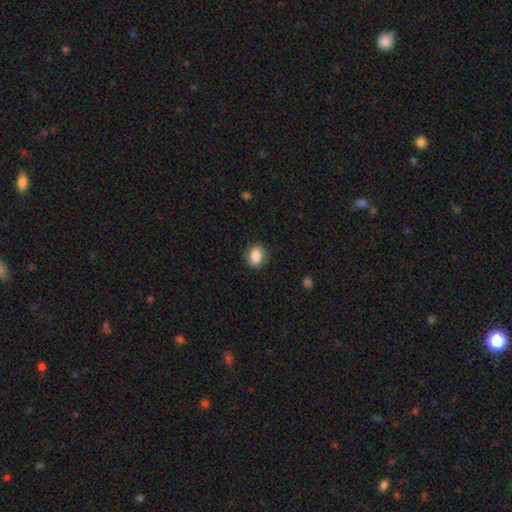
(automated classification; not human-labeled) smooth-or-featured: smooth: 85% | star or artifact: 8% | featured or disk: 7%
  how-rounded: in between: 60% | round: 39% | cigar-shaped: 1%
  merging: none: 86% | minor disturbance: 10% | major disturbance: 3% | merger: 1%